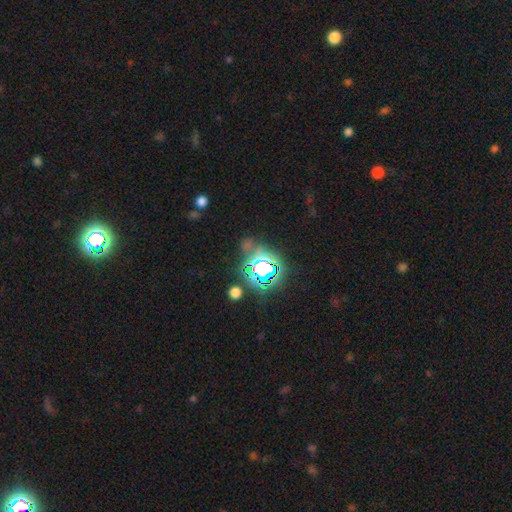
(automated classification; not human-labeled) This is likely a star or artifact rather than a galaxy (79%).